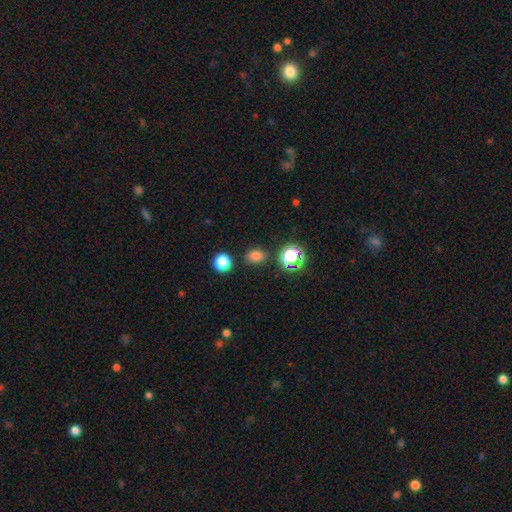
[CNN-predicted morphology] A smooth galaxy with no disk features (76%) that is in between round and cigar-shaped (50%). Merging: none (85%).